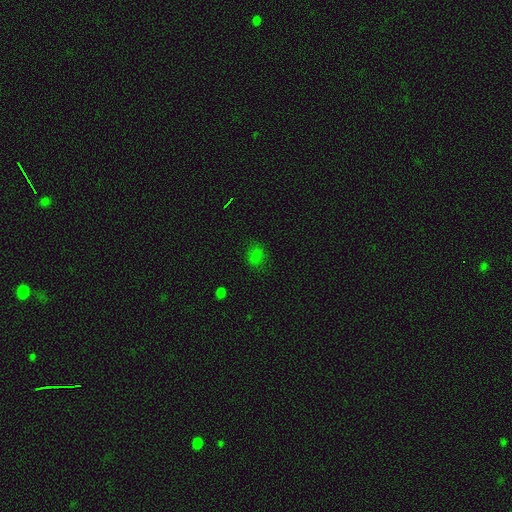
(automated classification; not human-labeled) Smooth or featured? smooth (72%)
How rounded? in between (58%)
Merging? none (78%)